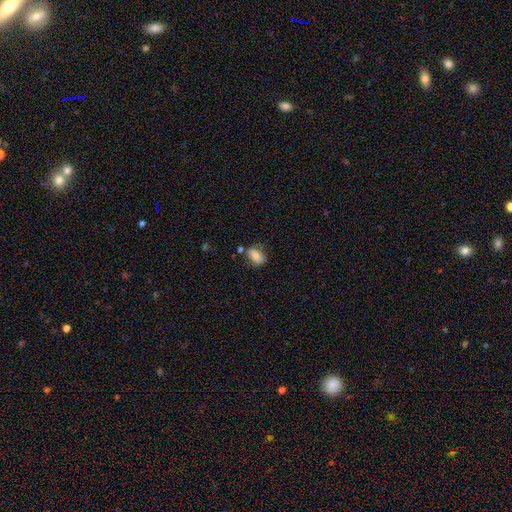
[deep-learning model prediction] Overall: smooth (78%). How rounded: in between (82%). Merging: none (63%).